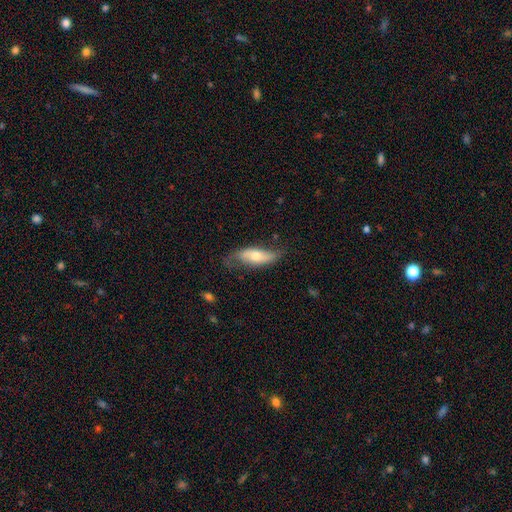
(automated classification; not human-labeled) Overall: featured or disk (47%; smooth 46%). Merging: none (59%; minor disturbance 29%).